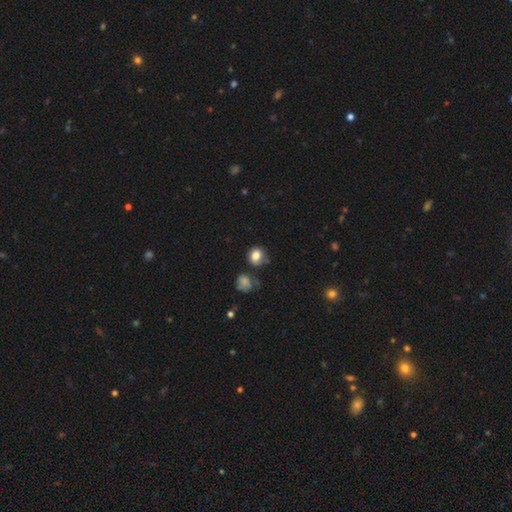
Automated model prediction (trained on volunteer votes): Smooth or featured?
  - smooth: 82% *
  - star or artifact: 11%
  - featured or disk: 8%
How rounded?
  - round: 77% *
  - in between: 22%
  - cigar-shaped: 1%
Merging?
  - none: 73% *
  - minor disturbance: 16%
  - merger: 6%
  - major disturbance: 5%